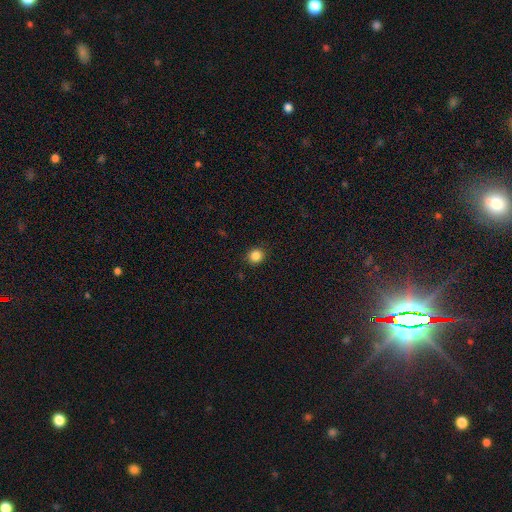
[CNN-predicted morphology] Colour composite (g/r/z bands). It shows a smooth galaxy with no disk features (85%) that is round (88%). Merging: none (90%).